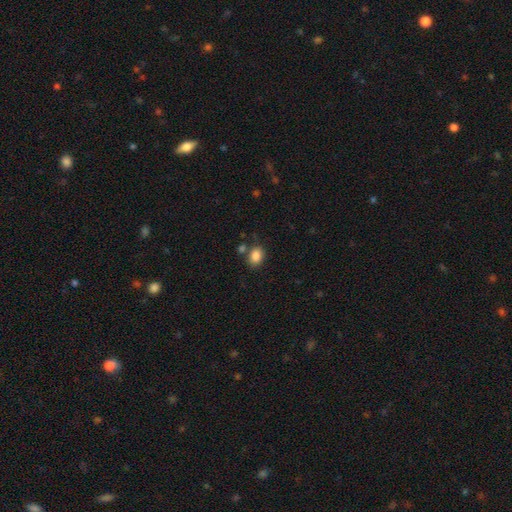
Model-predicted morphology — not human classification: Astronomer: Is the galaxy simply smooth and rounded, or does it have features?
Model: smooth — 87%.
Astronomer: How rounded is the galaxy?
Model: in between — 71%.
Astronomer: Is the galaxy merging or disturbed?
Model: none — 74%.